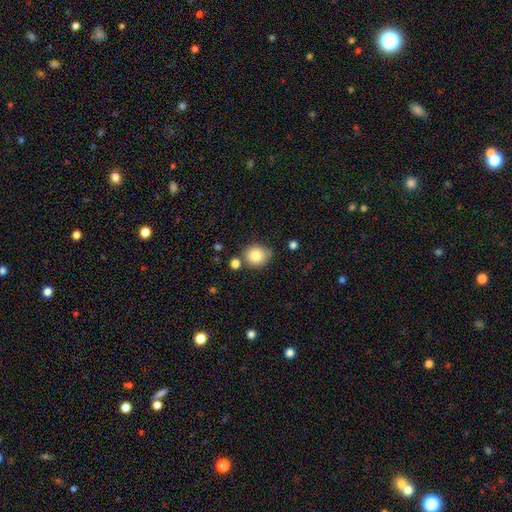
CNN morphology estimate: A smooth galaxy with no disk features (82%) that is round (80%).

Vote fractions:
- Smooth or featured? smooth: 82% / star or artifact: 10% / featured or disk: 8%
- How rounded? round: 80% / in between: 20% / cigar-shaped: 1%
- Merging? none: 71% / minor disturbance: 15% / merger: 10% / major disturbance: 4%